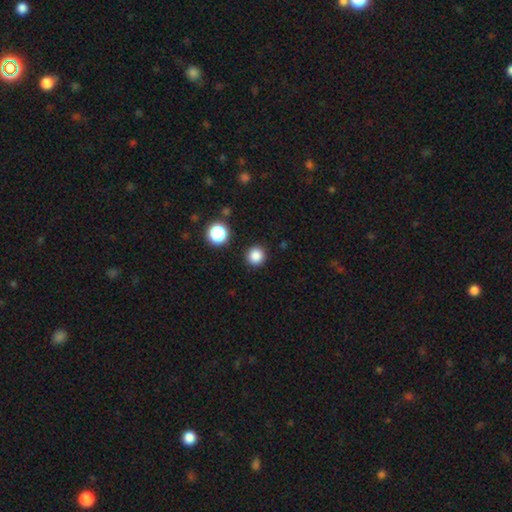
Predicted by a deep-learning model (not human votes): This is clearly a smooth galaxy (84%). How rounded: clearly round (94%). Merging: clearly none (91%).